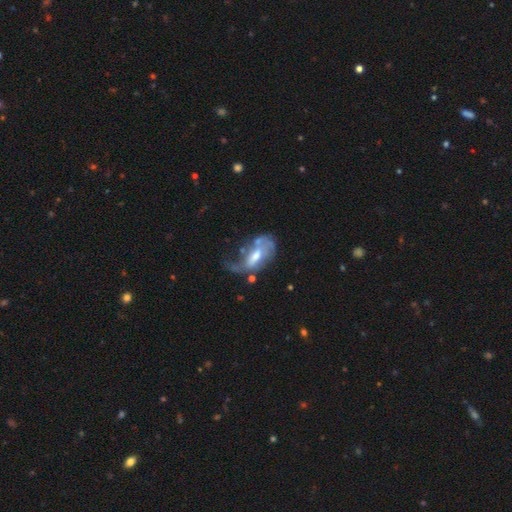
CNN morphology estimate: Smooth or featured: featured or disk — 62% (smooth — 30%)
Edge-on disk: no — 91% (yes — 9%)
Bar: weak — 42% (no — 40%)
Spiral arms: yes — 60% (no — 40%)
Bulge size: moderate — 58% (small — 23%)
Merging: major disturbance — 43% (none — 24%)